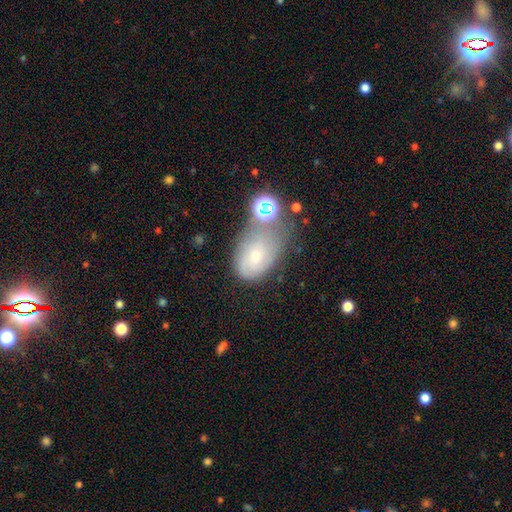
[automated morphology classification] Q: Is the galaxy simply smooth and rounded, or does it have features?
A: smooth — 55%.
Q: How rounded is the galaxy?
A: in between — 79%.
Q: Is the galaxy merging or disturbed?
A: none — 35%.